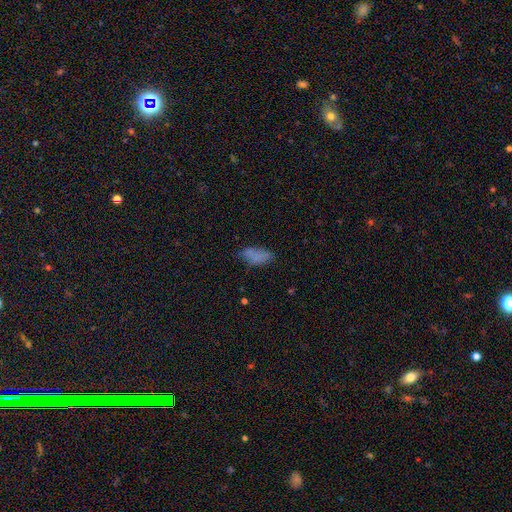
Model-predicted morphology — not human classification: Overall: smooth (71%). How rounded: in between (86%). Merging: none (54%; minor disturbance 27%).